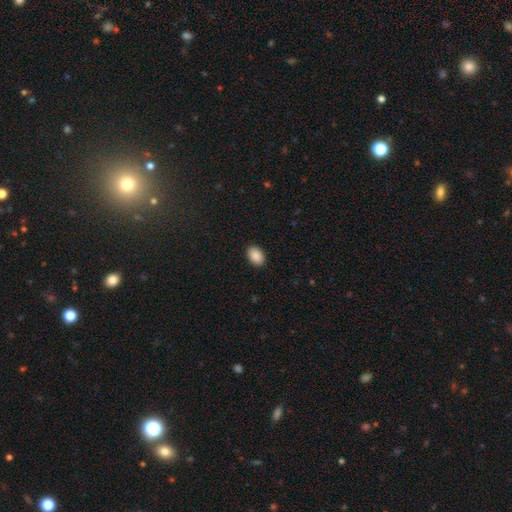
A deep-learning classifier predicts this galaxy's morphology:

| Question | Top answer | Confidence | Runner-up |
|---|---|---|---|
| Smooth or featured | smooth | 90% | star or artifact (7%) |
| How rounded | in between | 87% | round (12%) |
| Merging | none | 91% | minor disturbance (7%) |